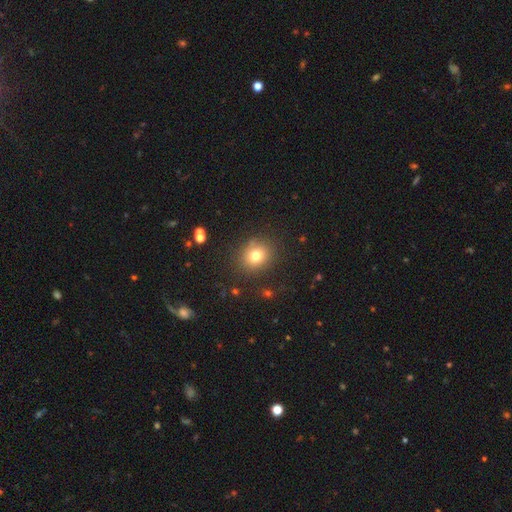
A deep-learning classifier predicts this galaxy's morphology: Smooth or featured?
  - smooth: 76% *
  - star or artifact: 14%
  - featured or disk: 10%
How rounded?
  - round: 76% *
  - in between: 23%
  - cigar-shaped: 1%
Merging?
  - none: 85% *
  - minor disturbance: 9%
  - major disturbance: 4%
  - merger: 2%